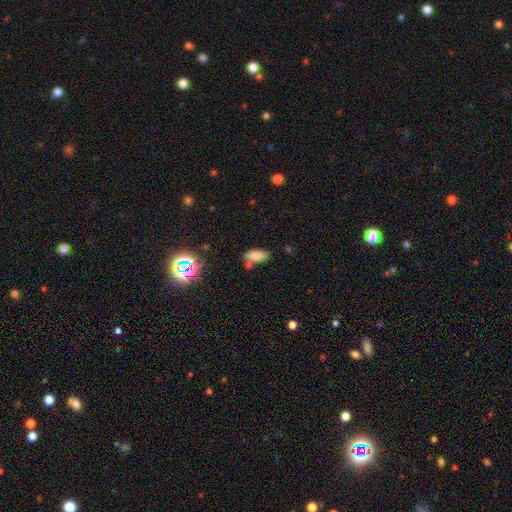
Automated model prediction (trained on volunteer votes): The model was most divided on "merging": none: 70%, minor disturbance: 15%, merger: 11%, major disturbance: 4%. More confident: how rounded — in between (87%); smooth or featured — smooth (74%).